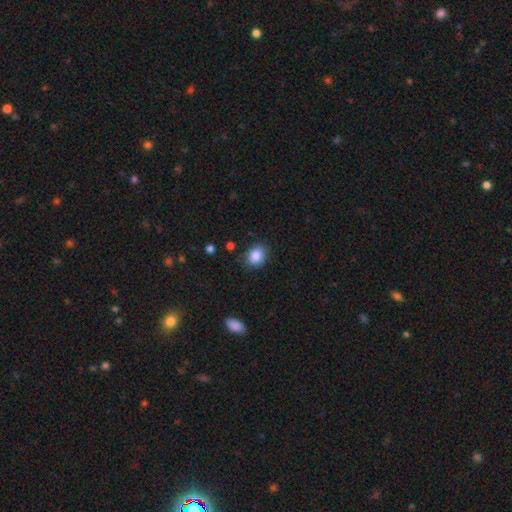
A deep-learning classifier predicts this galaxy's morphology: This appears to be a smooth galaxy with no disk features (87%) that is round (51%). Merging: none (77%).